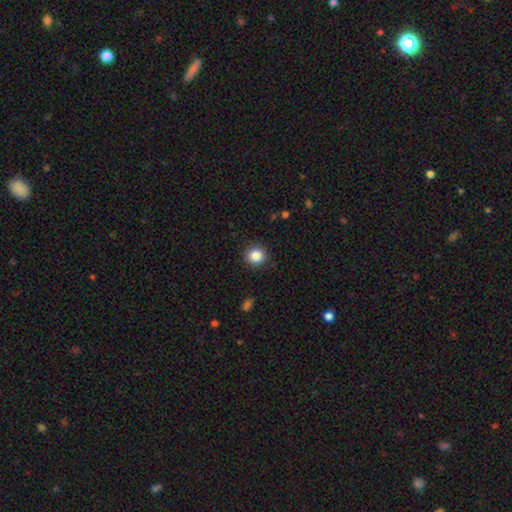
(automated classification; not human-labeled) smooth_or_featured: smooth (p=0.86) [alt: star or artifact p=0.10]
how_rounded: round (p=0.88) [alt: in between p=0.11]
merging: none (p=0.89) [alt: minor disturbance p=0.07]